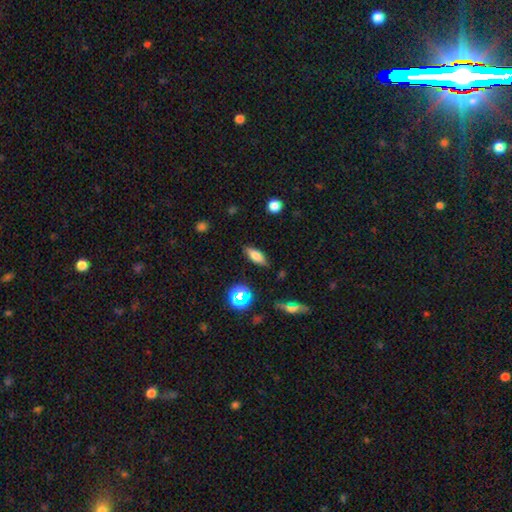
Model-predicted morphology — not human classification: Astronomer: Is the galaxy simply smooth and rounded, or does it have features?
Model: smooth — 73%.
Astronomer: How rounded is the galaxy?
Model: in between — 70%.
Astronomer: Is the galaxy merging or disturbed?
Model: none — 84%.